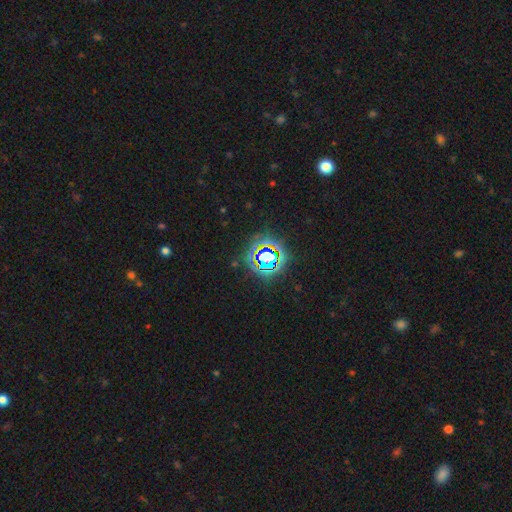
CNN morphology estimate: smooth_or_featured: star or artifact (p=0.75) [alt: smooth p=0.15]